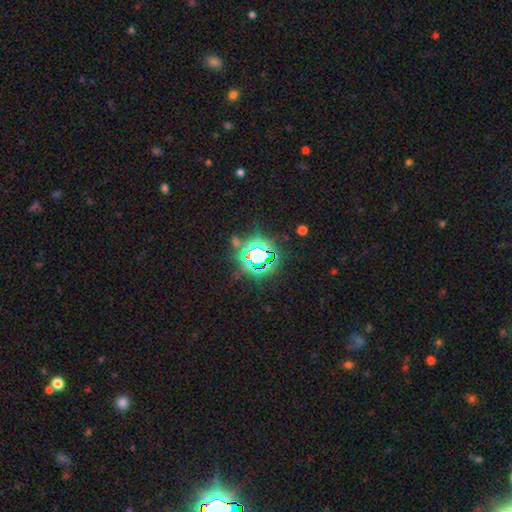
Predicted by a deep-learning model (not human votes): Smooth or featured? star or artifact (75%)